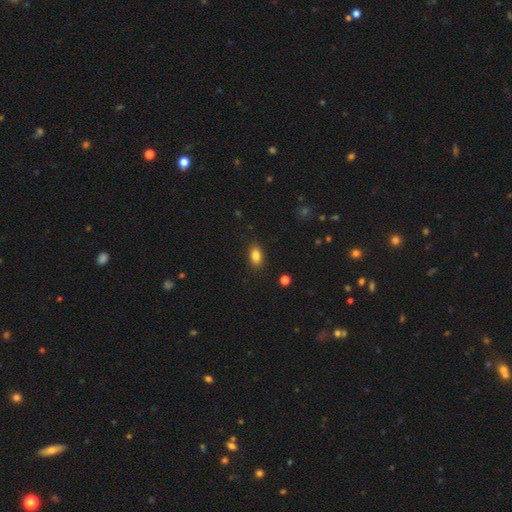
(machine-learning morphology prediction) Smooth or featured? Predicted: smooth (p=0.85). How rounded? Predicted: in between (p=0.87). Merging? Predicted: none (p=0.88).